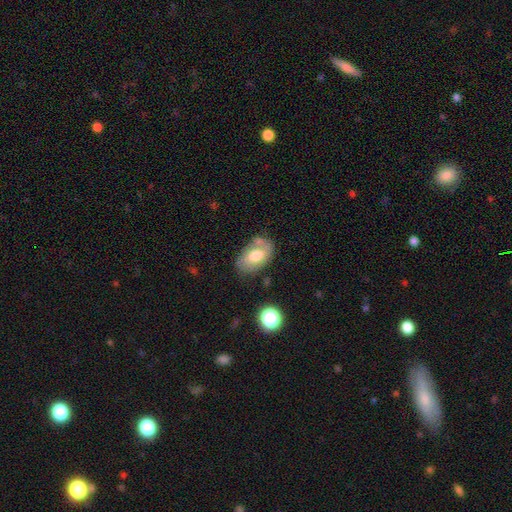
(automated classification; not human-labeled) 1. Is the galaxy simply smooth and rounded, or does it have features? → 64% smooth, 29% featured or disk, 8% star or artifact.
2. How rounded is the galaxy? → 91% in between, 8% round, 1% cigar-shaped.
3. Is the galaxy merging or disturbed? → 59% none, 23% minor disturbance, 10% merger, 7% major disturbance.